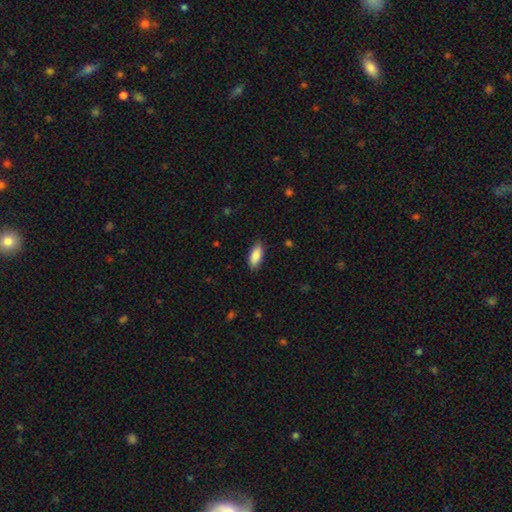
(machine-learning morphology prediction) Overall: smooth (87%). How rounded: in between (84%). Merging: none (85%).